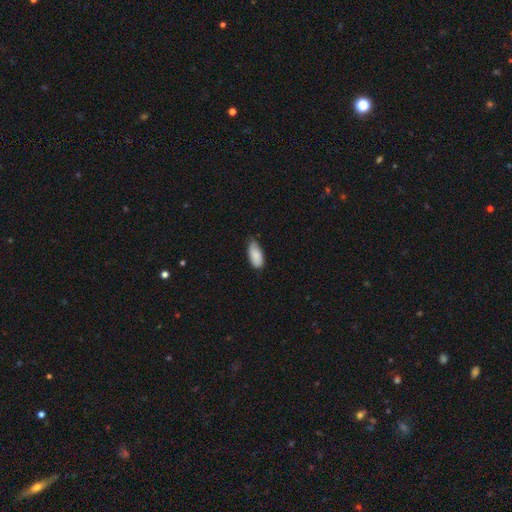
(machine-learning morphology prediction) smooth 86%, featured or disk 8%, star or artifact 6%. Down the decision tree: how rounded — in between (91%); merging — none (65%).